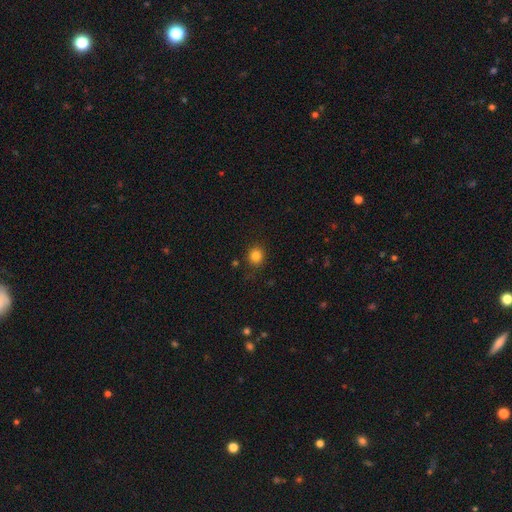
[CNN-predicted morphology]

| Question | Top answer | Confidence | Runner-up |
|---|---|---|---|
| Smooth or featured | smooth | 83% | star or artifact (12%) |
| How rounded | round | 88% | in between (11%) |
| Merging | none | 86% | minor disturbance (9%) |